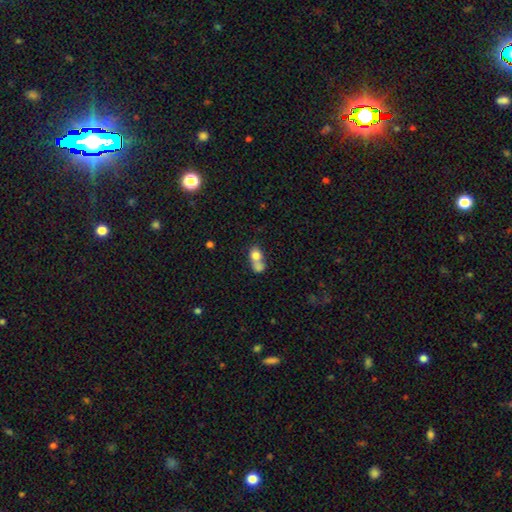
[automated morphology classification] A smooth galaxy with no disk features (74%) that is round (49%, tied with in between). Merging: merger (69%).